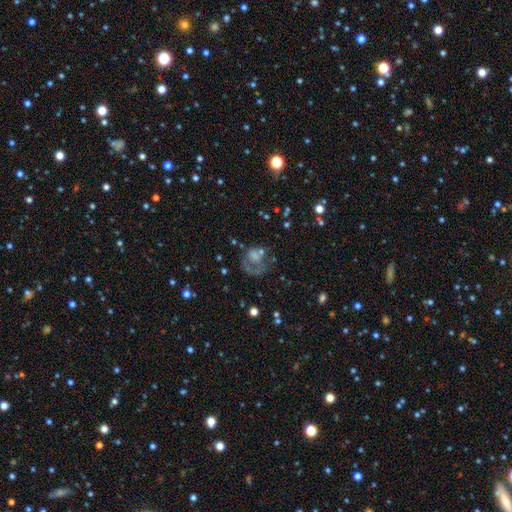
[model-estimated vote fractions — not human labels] Smooth or featured?
  - featured or disk: 45% *
  - smooth: 40%
  - star or artifact: 15%
Merging?
  - major disturbance: 40% *
  - none: 33%
  - minor disturbance: 17%
  - merger: 9%